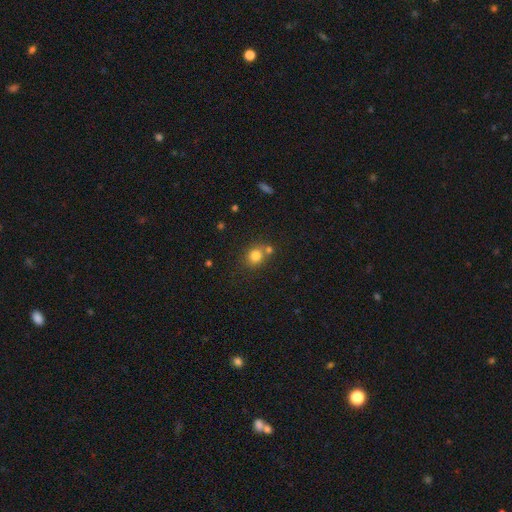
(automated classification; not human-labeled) Morphology: type=smooth (80%); roundness=round (73%); merging=none (62%).